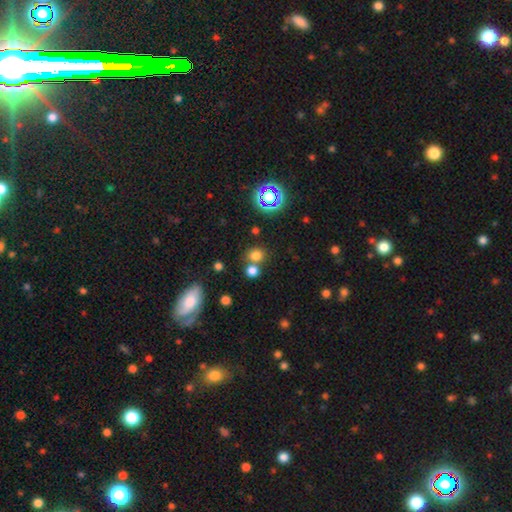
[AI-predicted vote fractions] A smooth galaxy with no disk features (72%) that is round (80%). Merging: none (60%).